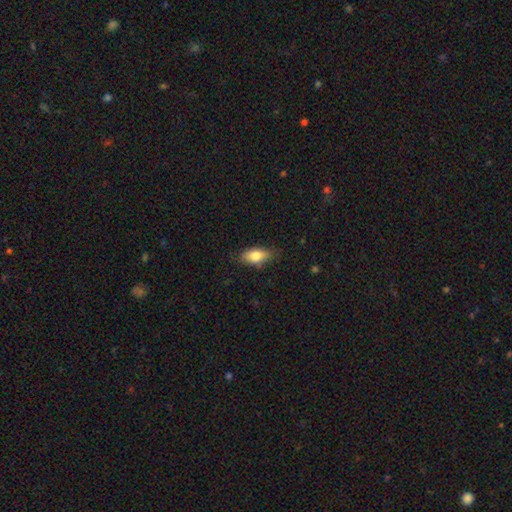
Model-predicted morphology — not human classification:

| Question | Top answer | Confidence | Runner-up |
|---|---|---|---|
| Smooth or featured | smooth | 79% | featured or disk (14%) |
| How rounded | in between | 85% | cigar-shaped (10%) |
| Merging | none | 75% | minor disturbance (20%) |